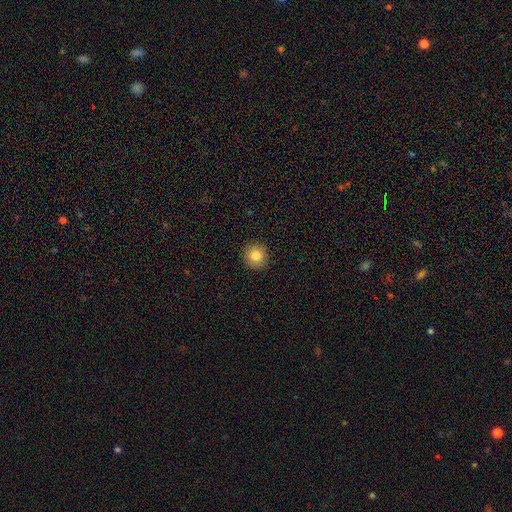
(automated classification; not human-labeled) Smooth or featured?
  - smooth: 83% *
  - star or artifact: 10%
  - featured or disk: 7%
How rounded?
  - round: 93% *
  - in between: 6%
  - cigar-shaped: 1%
Merging?
  - none: 93% *
  - minor disturbance: 5%
  - major disturbance: 2%
  - merger: 1%